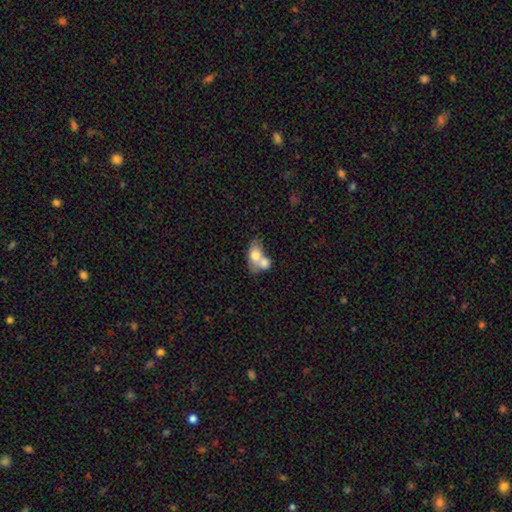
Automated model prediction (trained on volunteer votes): The model was most divided on "smooth or featured": smooth: 71%, featured or disk: 22%, star or artifact: 7%. More confident: how rounded — in between (77%); merging — merger (71%).